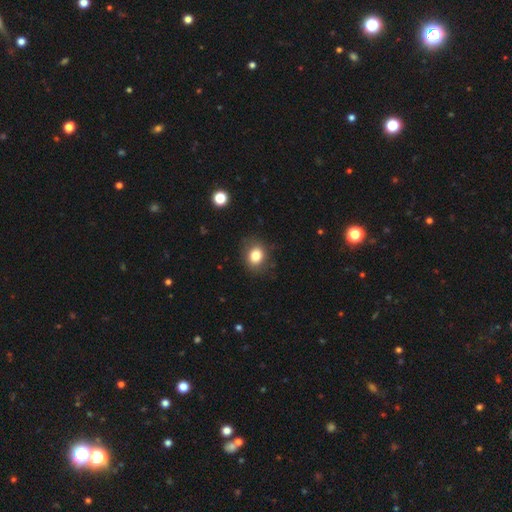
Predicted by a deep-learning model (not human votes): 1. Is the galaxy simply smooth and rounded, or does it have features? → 80% smooth, 10% star or artifact, 9% featured or disk.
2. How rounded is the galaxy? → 57% round, 42% in between, 1% cigar-shaped.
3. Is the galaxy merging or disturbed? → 81% none, 13% minor disturbance, 4% major disturbance, 1% merger.